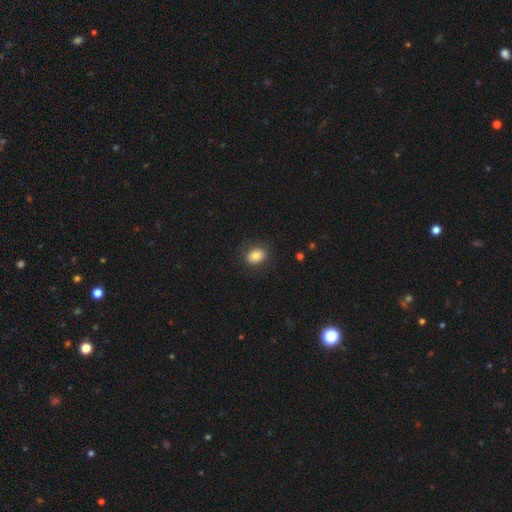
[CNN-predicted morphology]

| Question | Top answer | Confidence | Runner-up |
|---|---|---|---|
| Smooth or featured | smooth | 80% | featured or disk (11%) |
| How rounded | in between | 60% | round (39%) |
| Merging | none | 82% | minor disturbance (12%) |